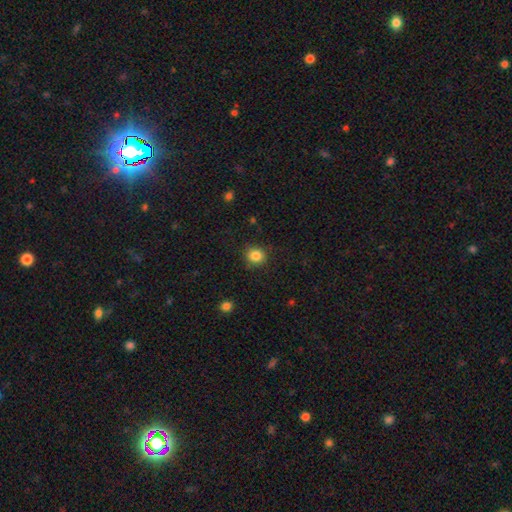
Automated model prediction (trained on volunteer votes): smooth-or-featured: smooth: 85% | star or artifact: 11% | featured or disk: 5%
  how-rounded: round: 86% | in between: 13% | cigar-shaped: 1%
  merging: none: 88% | minor disturbance: 8% | major disturbance: 2% | merger: 1%